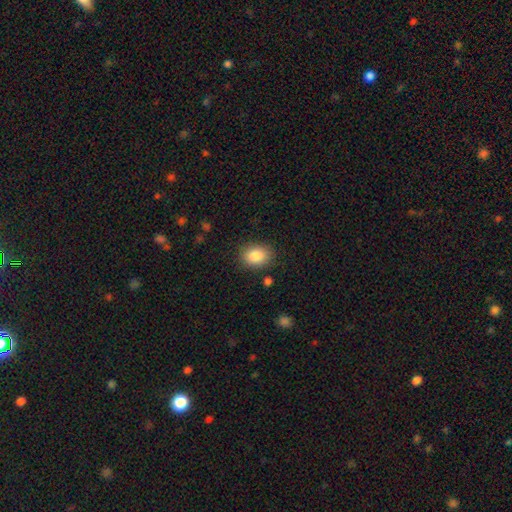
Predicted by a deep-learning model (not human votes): Smooth or featured: smooth — 86% (star or artifact — 8%)
How rounded: in between — 65% (round — 34%)
Merging: none — 85% (minor disturbance — 11%)